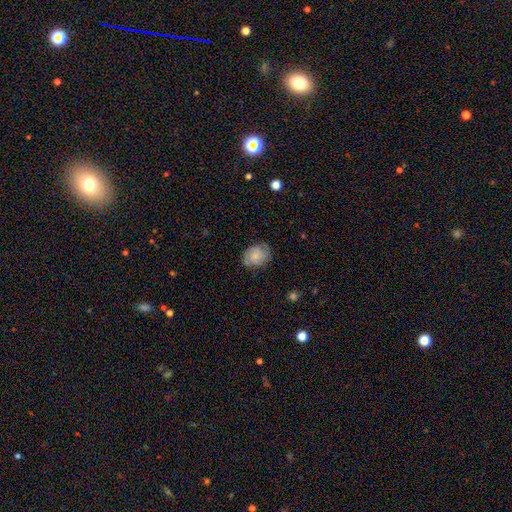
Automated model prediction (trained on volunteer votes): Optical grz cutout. It shows a smooth galaxy with no disk features (61%) that is in between round and cigar-shaped (50%). Merging: none (71%).